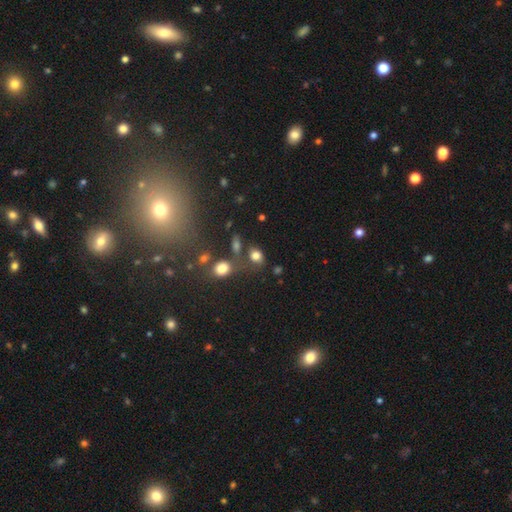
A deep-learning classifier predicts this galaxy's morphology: A smooth galaxy with no disk features (79%) that is in between round and cigar-shaped (63%).

Vote fractions:
- Smooth or featured? smooth: 79% / star or artifact: 13% / featured or disk: 8%
- How rounded? in between: 63% / round: 35% / cigar-shaped: 2%
- Merging? none: 55% / merger: 21% / minor disturbance: 15% / major disturbance: 9%